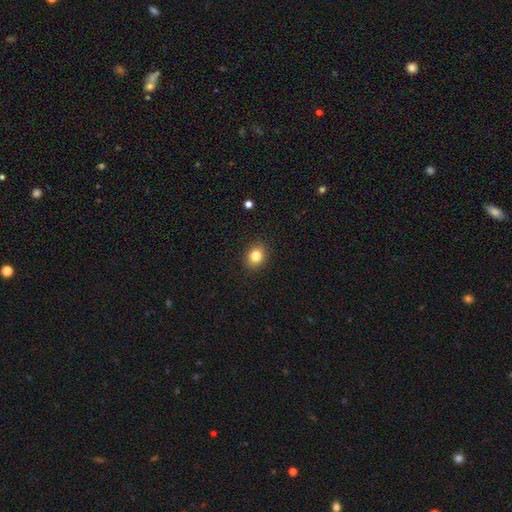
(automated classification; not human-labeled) Q: Smooth or featured?
A: smooth (83%); runner-up: star or artifact (10%)
Q: How rounded?
A: round (58%); runner-up: in between (41%)
Q: Merging?
A: none (90%); runner-up: minor disturbance (7%)